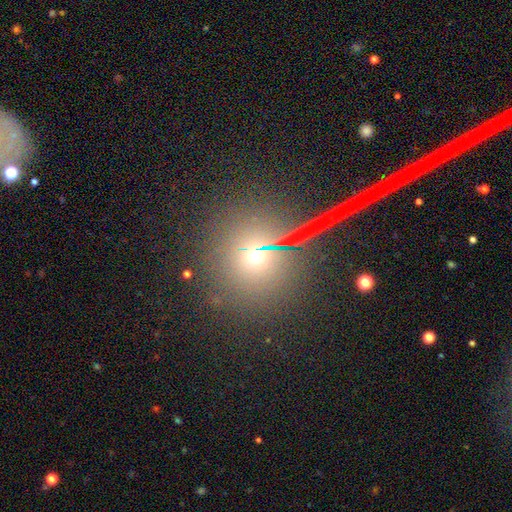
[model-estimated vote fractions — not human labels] Overall: smooth (58%; star or artifact 27%). How rounded: round (89%). Merging: none (81%).